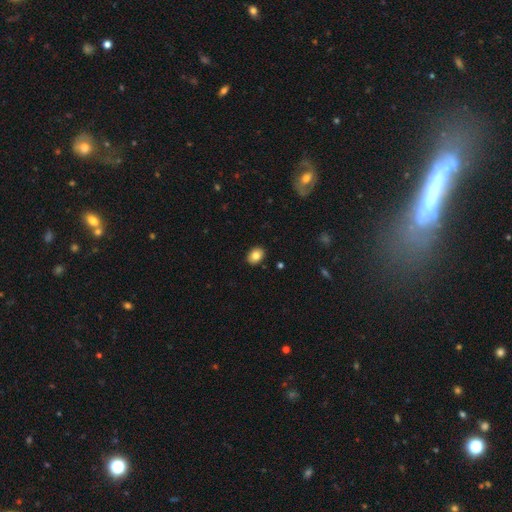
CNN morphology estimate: A smooth galaxy with no disk features (82%) that is in between round and cigar-shaped (69%).

Vote fractions:
- Smooth or featured? smooth: 82% / featured or disk: 10% / star or artifact: 8%
- How rounded? in between: 69% / round: 30% / cigar-shaped: 1%
- Merging? none: 90% / minor disturbance: 8% / major disturbance: 2% / merger: 1%